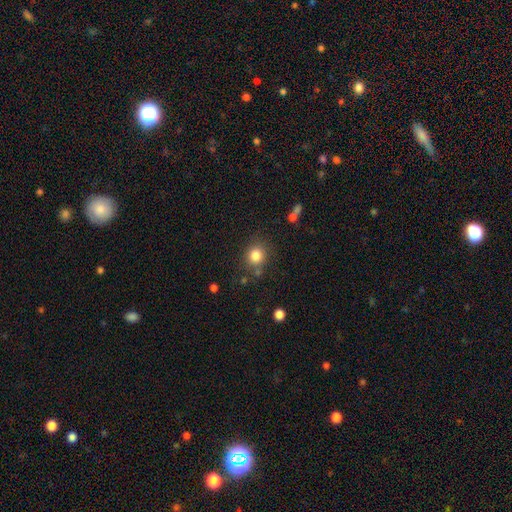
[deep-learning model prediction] smooth 83%, star or artifact 11%, featured or disk 6%. Down the decision tree: how rounded — round (80%); merging — none (77%).